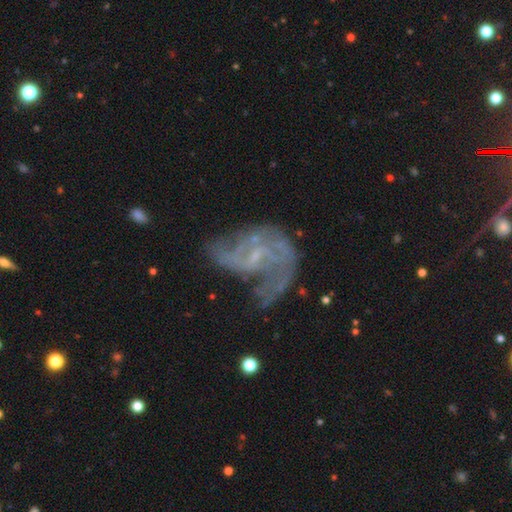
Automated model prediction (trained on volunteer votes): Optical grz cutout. It shows a featured or disk galaxy (77%) with no bar (46%), 2 (39%) loose (46%) spiral arms (77%) and a small central bulge (60%). Merging: major disturbance (42%).